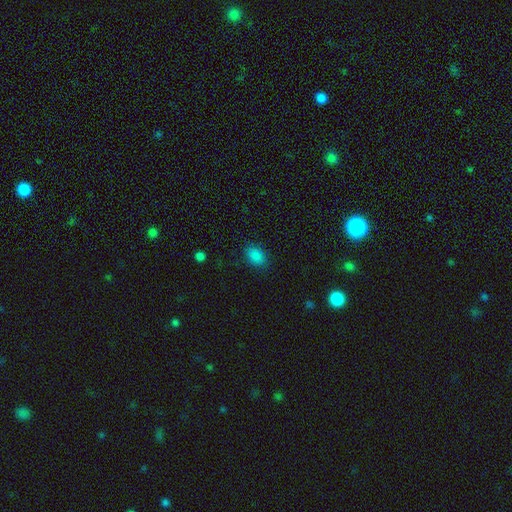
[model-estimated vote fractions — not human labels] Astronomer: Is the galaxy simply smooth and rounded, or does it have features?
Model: smooth — 85%.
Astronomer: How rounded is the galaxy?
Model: in between — 82%.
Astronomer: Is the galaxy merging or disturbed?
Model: none — 85%.